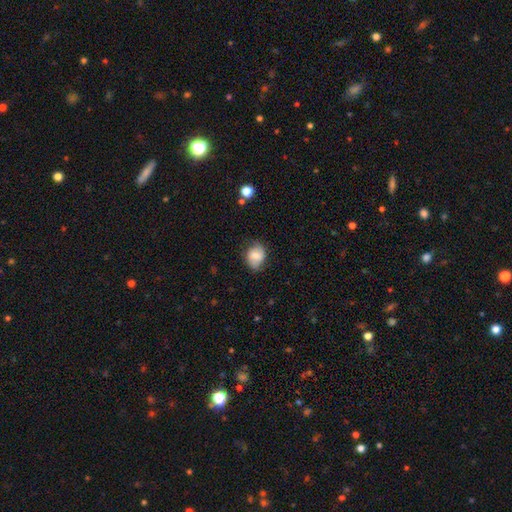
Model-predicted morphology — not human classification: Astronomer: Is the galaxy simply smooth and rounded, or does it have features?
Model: smooth — 56% (runner-up: featured or disk, 36%).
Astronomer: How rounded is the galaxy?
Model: round — 50% (runner-up: in between, 49%).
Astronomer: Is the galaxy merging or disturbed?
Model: none — 69%.